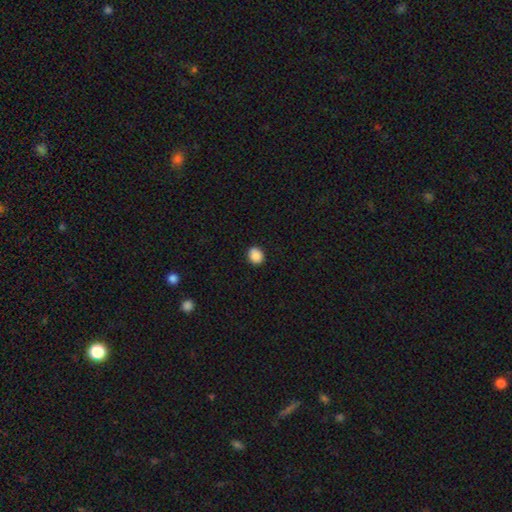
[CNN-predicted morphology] The model was most divided on "how rounded": round: 73%, in between: 26%, cigar-shaped: 1%. More confident: smooth or featured — smooth (87%); merging — none (85%).